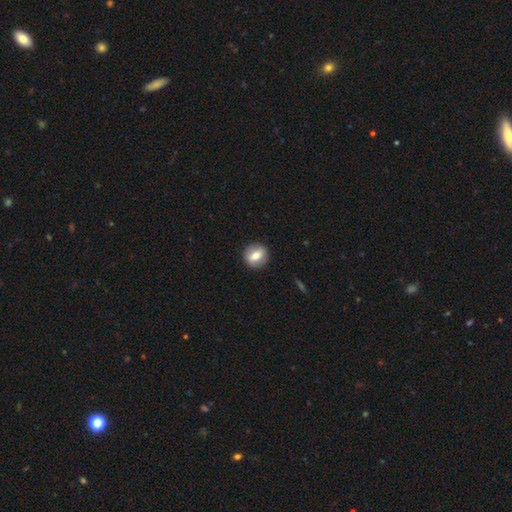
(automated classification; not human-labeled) A smooth galaxy with no disk features (65%) that is round (85%).

Vote fractions:
- Smooth or featured? smooth: 65% / featured or disk: 27% / star or artifact: 8%
- How rounded? round: 85% / in between: 14% / cigar-shaped: 1%
- Merging? none: 90% / minor disturbance: 7% / major disturbance: 2% / merger: 1%